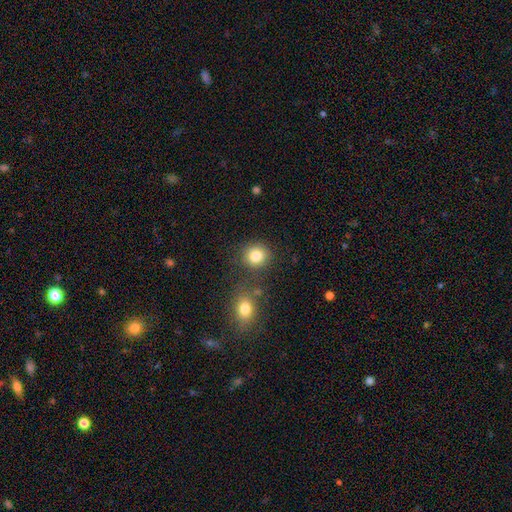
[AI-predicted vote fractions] smooth 83%, star or artifact 11%, featured or disk 6%. Down the decision tree: how rounded — round (87%); merging — none (79%).